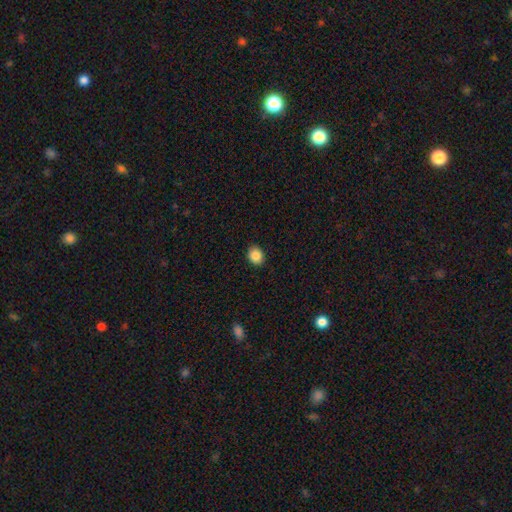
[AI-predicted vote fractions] Smooth or featured: smooth — 87% (star or artifact — 9%)
How rounded: round — 60% (in between — 39%)
Merging: none — 90% (minor disturbance — 8%)